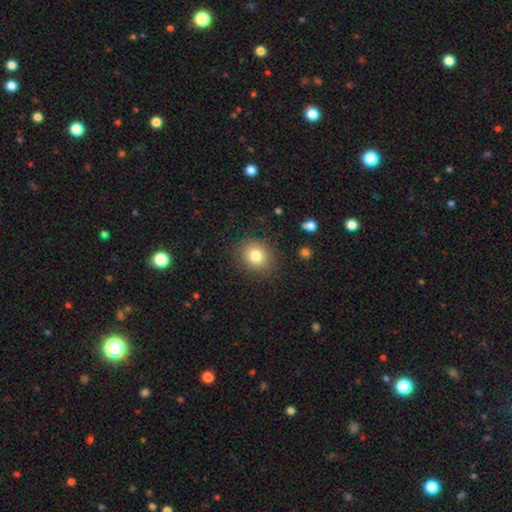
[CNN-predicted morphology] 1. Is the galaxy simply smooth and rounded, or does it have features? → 80% smooth, 11% star or artifact, 9% featured or disk.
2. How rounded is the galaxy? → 76% round, 23% in between, 1% cigar-shaped.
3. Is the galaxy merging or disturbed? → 87% none, 9% minor disturbance, 3% major disturbance, 1% merger.